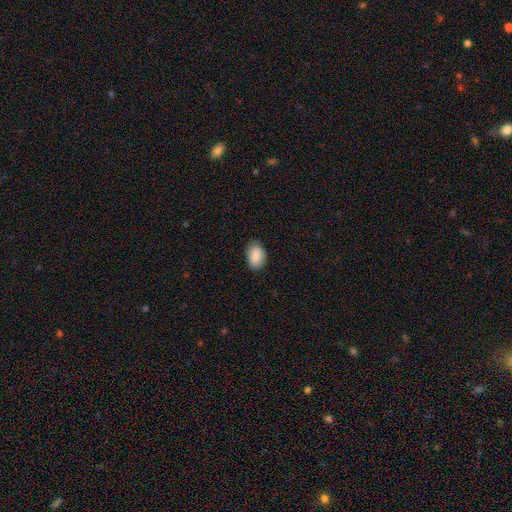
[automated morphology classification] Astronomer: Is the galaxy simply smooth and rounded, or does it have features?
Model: smooth — 88%.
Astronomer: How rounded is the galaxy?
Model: in between — 88%.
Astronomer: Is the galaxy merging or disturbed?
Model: none — 84%.